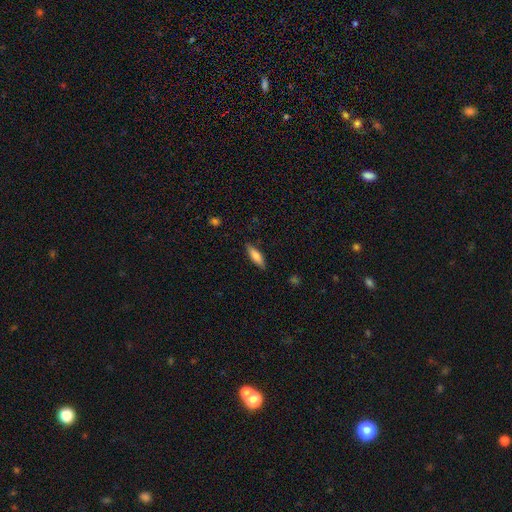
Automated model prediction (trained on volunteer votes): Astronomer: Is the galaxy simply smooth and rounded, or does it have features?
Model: smooth — 75%.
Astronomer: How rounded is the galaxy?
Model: cigar-shaped — 51% (runner-up: in between, 47%).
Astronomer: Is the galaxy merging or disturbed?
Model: none — 85%.